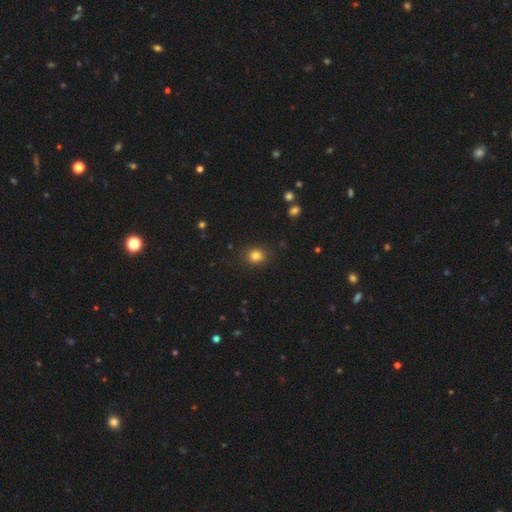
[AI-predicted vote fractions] Smooth or featured: smooth — 82% (star or artifact — 13%)
How rounded: round — 74% (in between — 25%)
Merging: none — 88% (minor disturbance — 8%)